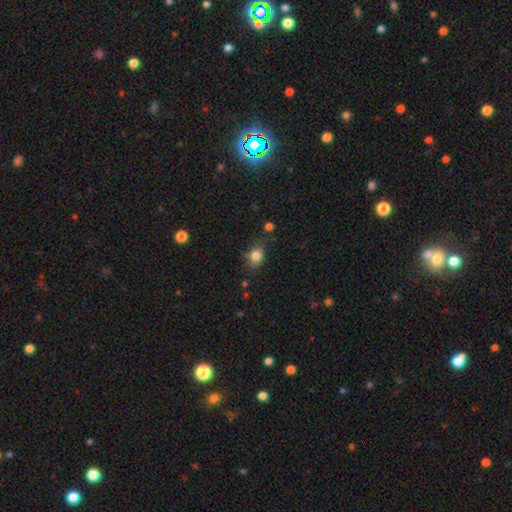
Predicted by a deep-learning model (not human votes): Q: Smooth or featured?
A: smooth (82%); runner-up: star or artifact (11%)
Q: How rounded?
A: in between (54%); runner-up: round (45%)
Q: Merging?
A: none (69%); runner-up: minor disturbance (22%)